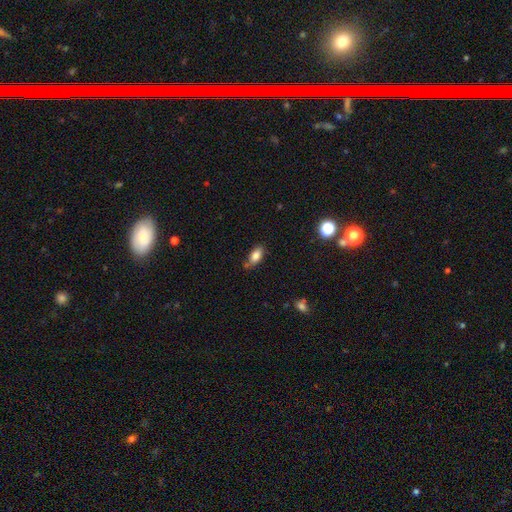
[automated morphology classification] smooth-or-featured: smooth: 81% | featured or disk: 9% | star or artifact: 9%
  how-rounded: in between: 87% | cigar-shaped: 8% | round: 5%
  merging: none: 67% | minor disturbance: 20% | merger: 8% | major disturbance: 4%